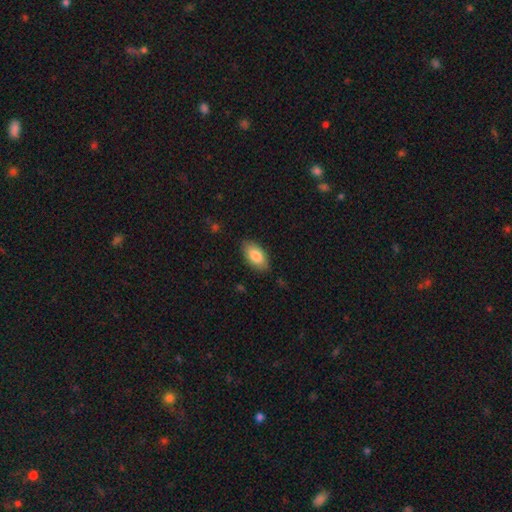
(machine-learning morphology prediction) This is clearly a smooth galaxy (84%). How rounded: clearly in between (93%). Merging: clearly none (85%).